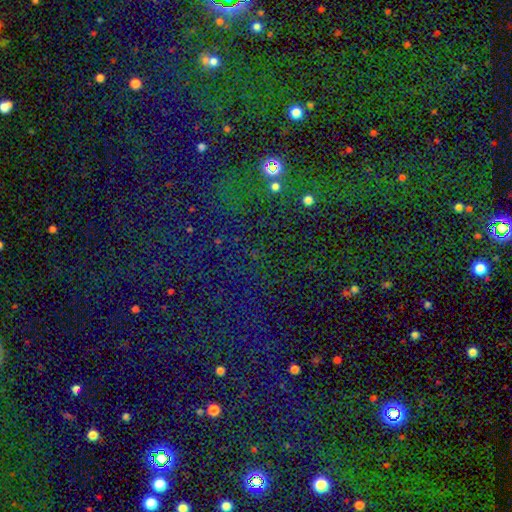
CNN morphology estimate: Smooth or featured?
  - star or artifact: 73% *
  - smooth: 19%
  - featured or disk: 8%